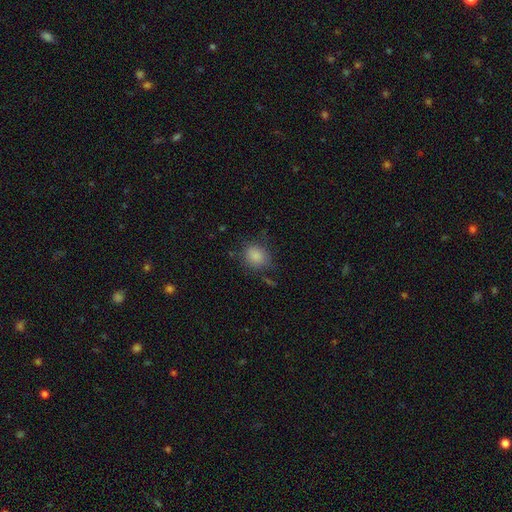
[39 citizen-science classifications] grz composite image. It shows a smooth galaxy with no disk features (92%) that is in between round and cigar-shaped (58%). Merging: none (63%).